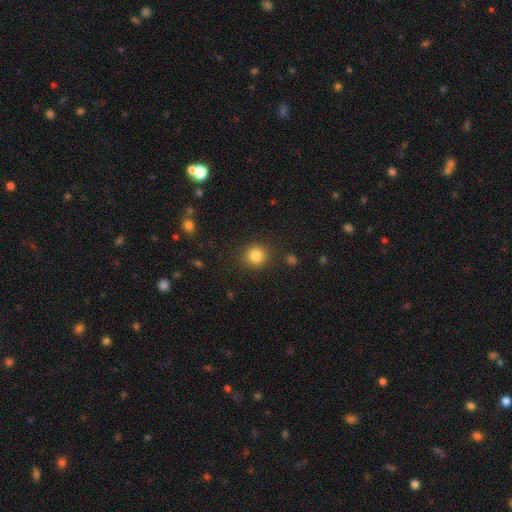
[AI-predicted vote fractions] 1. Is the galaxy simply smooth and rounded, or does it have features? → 84% smooth, 11% star or artifact, 5% featured or disk.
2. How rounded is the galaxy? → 89% round, 10% in between, 1% cigar-shaped.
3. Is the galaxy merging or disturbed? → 89% none, 7% minor disturbance, 3% major disturbance, 2% merger.